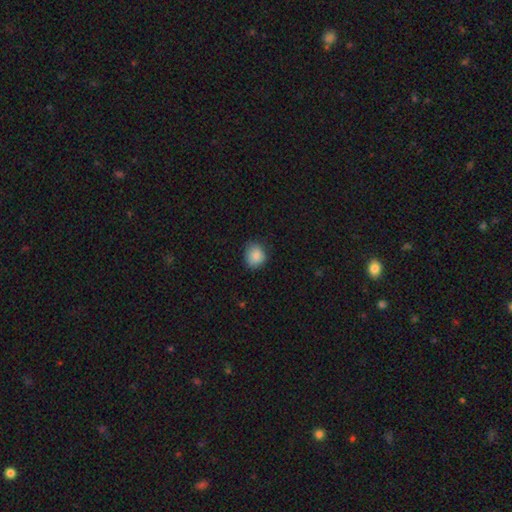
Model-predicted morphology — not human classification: Q: Smooth or featured?
A: smooth (86%); runner-up: star or artifact (9%)
Q: How rounded?
A: round (68%); runner-up: in between (31%)
Q: Merging?
A: none (73%); runner-up: minor disturbance (22%)